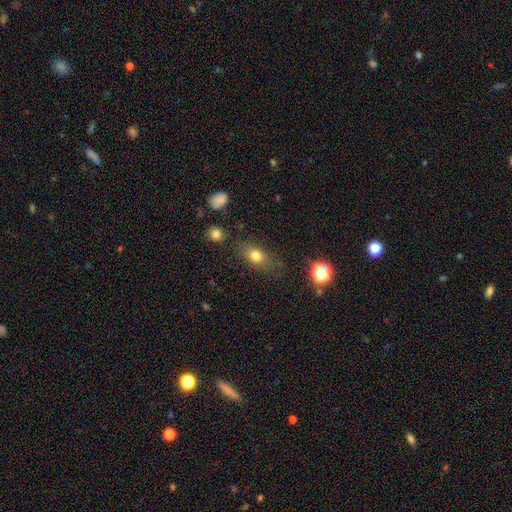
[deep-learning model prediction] Smooth or featured: smooth — 76% (star or artifact — 12%)
How rounded: in between — 68% (round — 25%)
Merging: none — 71% (minor disturbance — 18%)